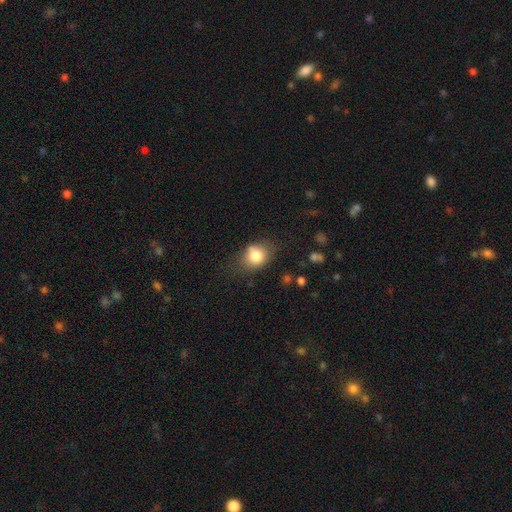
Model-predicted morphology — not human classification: Overall: smooth (79%). How rounded: in between (52%; round 47%). Merging: none (64%; minor disturbance 24%).